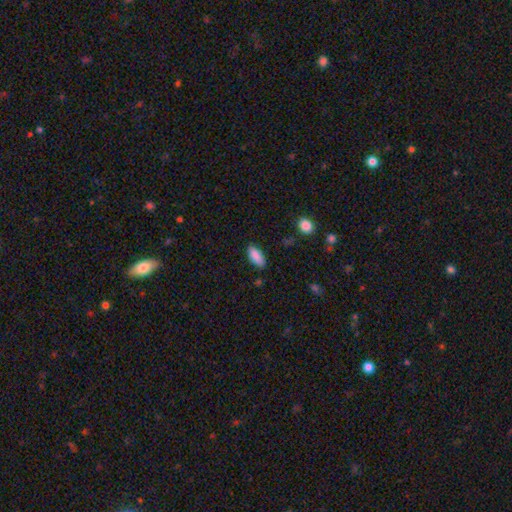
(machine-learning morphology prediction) type=smooth (88%); roundness=in between (84%); merging=none (84%).